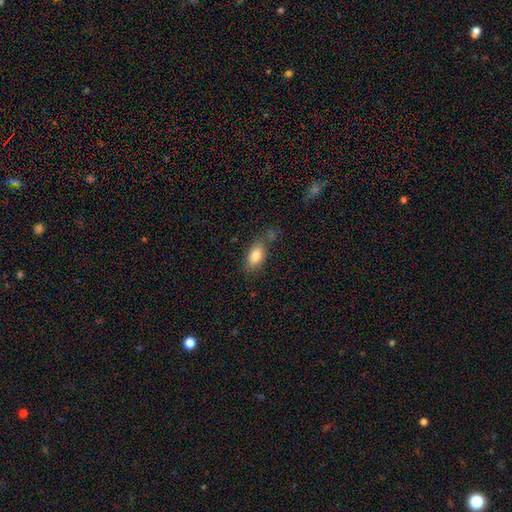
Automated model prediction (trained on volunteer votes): Morphology: type=smooth (82%); roundness=in between (87%); merging=none (62%).